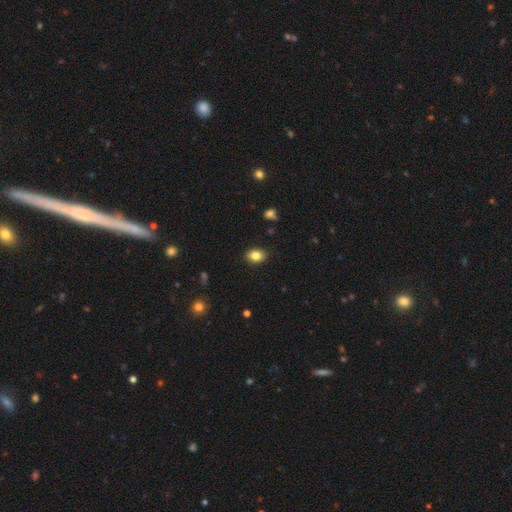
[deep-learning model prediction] Morphology: type=smooth (84%); roundness=in between (69%); merging=none (89%).